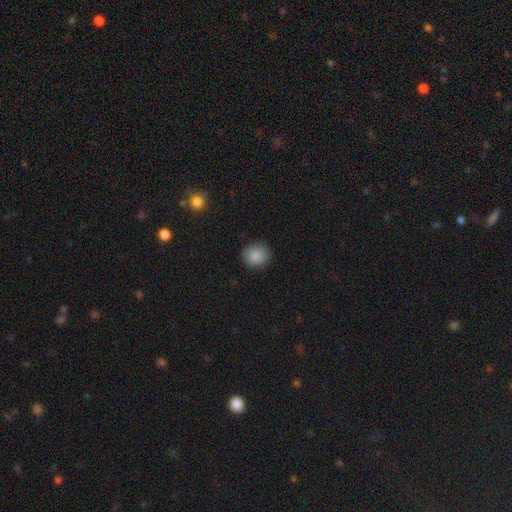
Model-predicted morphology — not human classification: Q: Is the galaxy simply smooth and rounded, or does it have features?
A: smooth — 88%.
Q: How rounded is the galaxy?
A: round — 79%.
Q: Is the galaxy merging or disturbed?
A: none — 87%.